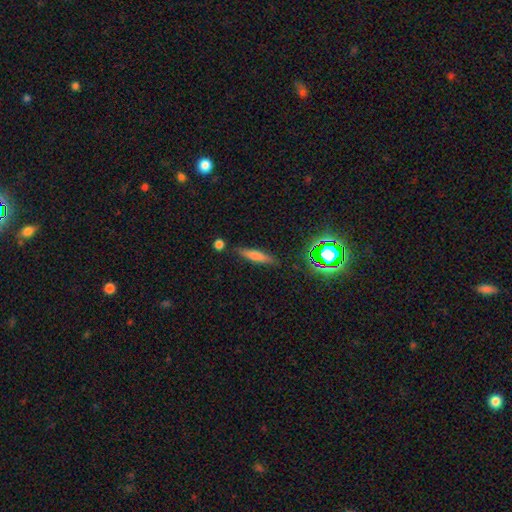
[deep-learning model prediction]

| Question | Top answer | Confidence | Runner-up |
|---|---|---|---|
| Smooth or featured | smooth | 68% | featured or disk (20%) |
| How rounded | cigar-shaped | 77% | in between (20%) |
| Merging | none | 79% | minor disturbance (14%) |